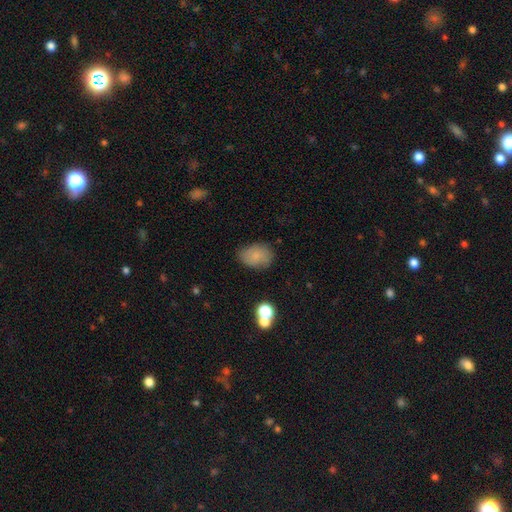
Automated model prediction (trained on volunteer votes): smooth 76%, featured or disk 14%, star or artifact 10%. Down the decision tree: how rounded — in between (75%); merging — none (73%).